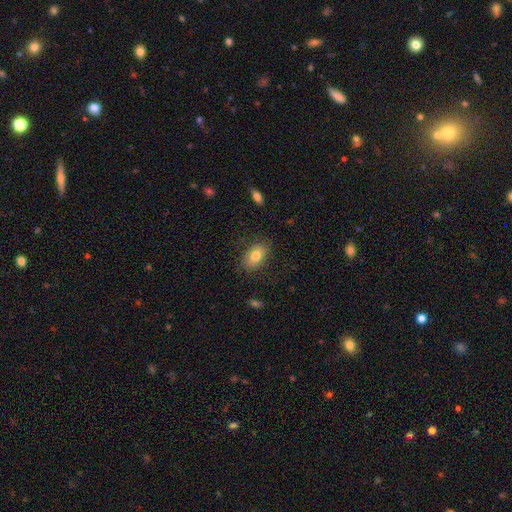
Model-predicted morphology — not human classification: This is likely a smooth galaxy (78%). How rounded: clearly in between (85%). Merging: clearly none (80%).